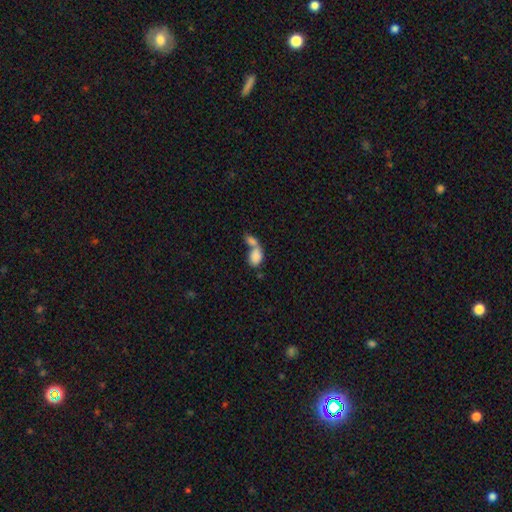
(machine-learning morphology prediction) smooth-or-featured: smooth: 84% | featured or disk: 9% | star or artifact: 7%
  how-rounded: in between: 87% | round: 12% | cigar-shaped: 2%
  merging: merger: 70% | none: 18% | minor disturbance: 6% | major disturbance: 5%